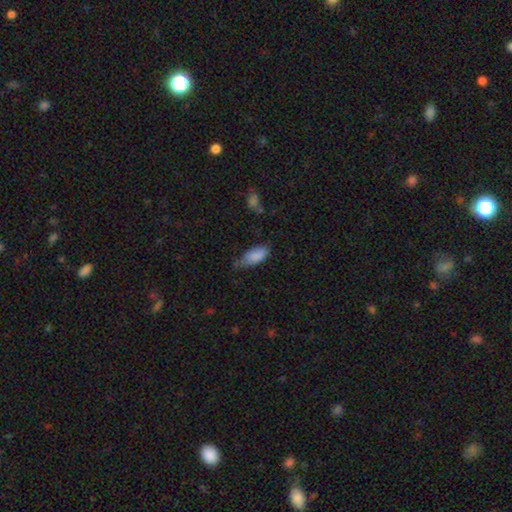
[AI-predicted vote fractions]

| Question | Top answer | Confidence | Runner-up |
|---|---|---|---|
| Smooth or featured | smooth | 86% | featured or disk (7%) |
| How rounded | in between | 86% | cigar-shaped (12%) |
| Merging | minor disturbance | 43% | tied: none (43%) |